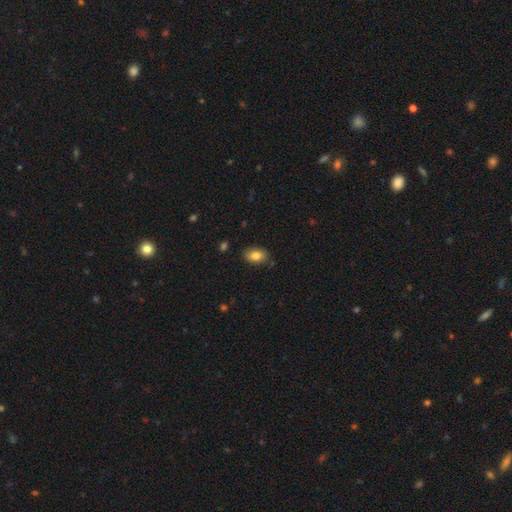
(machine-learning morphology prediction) smooth-or-featured: smooth: 83% | featured or disk: 9% | star or artifact: 8%
  how-rounded: in between: 86% | round: 12% | cigar-shaped: 1%
  merging: none: 84% | minor disturbance: 12% | major disturbance: 2% | merger: 2%